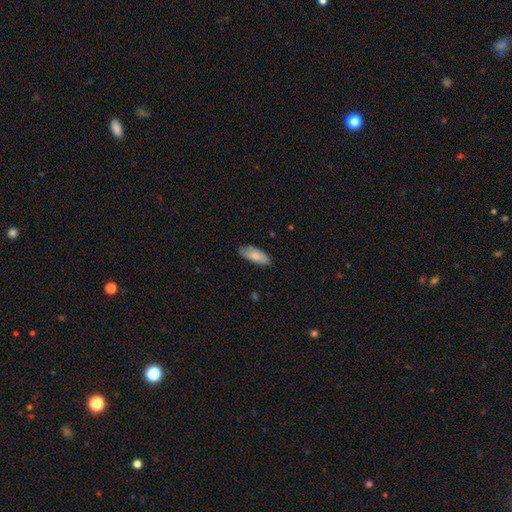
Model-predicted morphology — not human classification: Smooth or featured?
  - smooth: 79% *
  - featured or disk: 15%
  - star or artifact: 6%
How rounded?
  - in between: 83% *
  - cigar-shaped: 15%
  - round: 2%
Merging?
  - none: 76% *
  - minor disturbance: 20%
  - major disturbance: 3%
  - merger: 1%